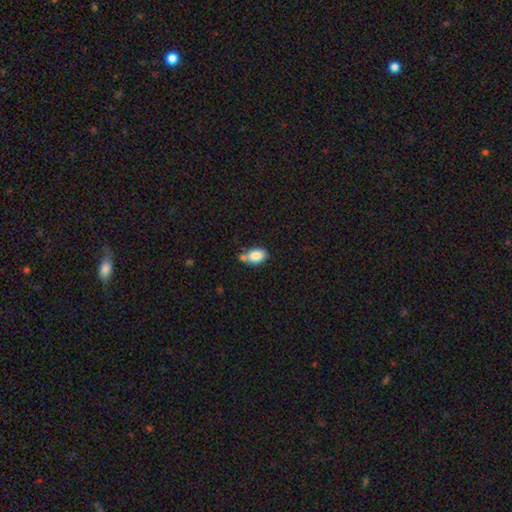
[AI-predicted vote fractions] Q: Smooth or featured?
A: smooth (85%); runner-up: star or artifact (8%)
Q: How rounded?
A: in between (85%); runner-up: round (13%)
Q: Merging?
A: none (48%); runner-up: merger (26%)